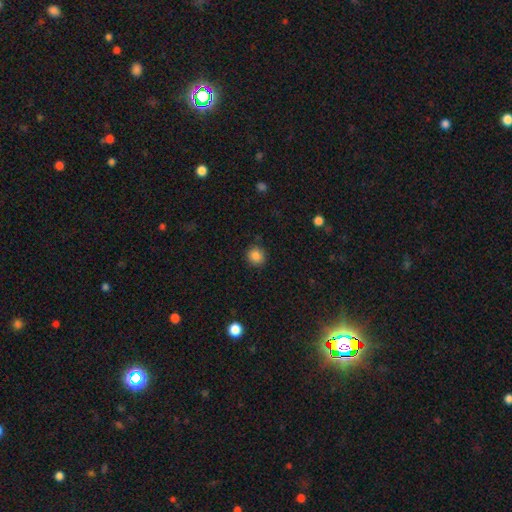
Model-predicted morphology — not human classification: Smooth or featured? smooth (86%)
How rounded? round (90%)
Merging? none (88%)